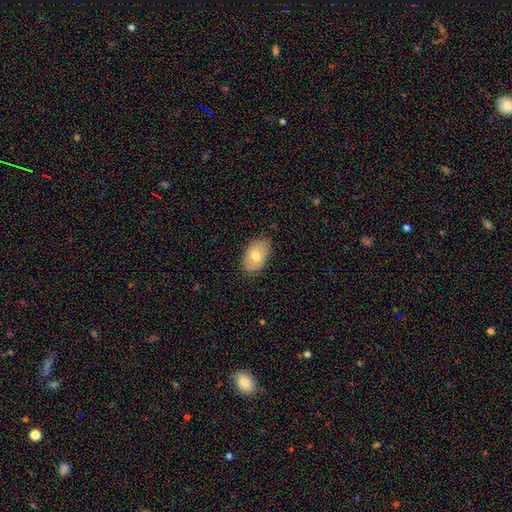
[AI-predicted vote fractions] This is likely a smooth galaxy (71%). How rounded: clearly in between (91%). Merging: clearly none (84%).